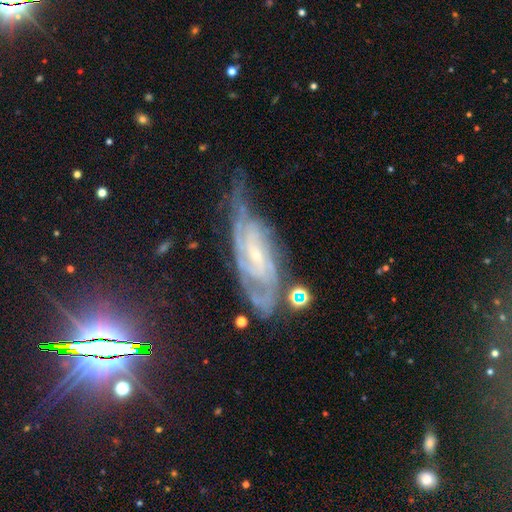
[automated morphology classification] Smooth or featured?
  - featured or disk: 85% *
  - star or artifact: 8%
  - smooth: 8%
Edge-on disk?
  - no: 90% *
  - yes: 10%
Bar?
  - no: 47% *
  - weak: 39%
  - strong: 14%
Spiral arms?
  - yes: 96% *
  - no: 4%
Spiral winding?
  - tight: 62% *
  - medium: 31%
  - loose: 6%
Spiral arm count?
  - 2: 32% *
  - can't tell: 31%
  - 3: 20%
  - 4: 8%
  - 1: 5%
  - more than 4: 5%
Bulge size?
  - small: 76% *
  - moderate: 17%
  - none: 4%
  - large: 1%
  - dominant: 1%
Merging?
  - none: 50% *
  - minor disturbance: 29%
  - major disturbance: 15%
  - merger: 5%